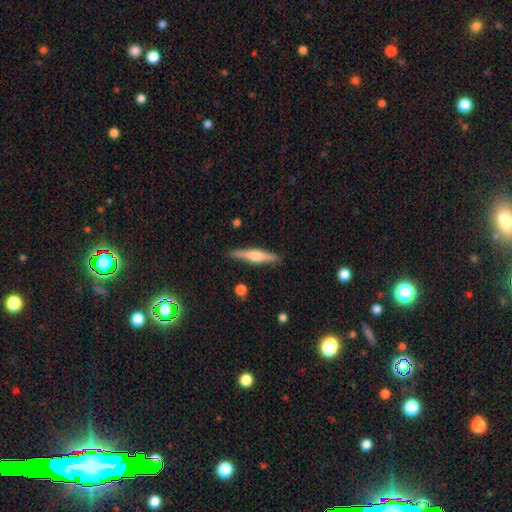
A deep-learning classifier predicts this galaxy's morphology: Overall: featured or disk (66%; smooth 28%). Edge-on disk: yes (98%). Edge-on bulge: rounded (83%). Merging: none (90%).